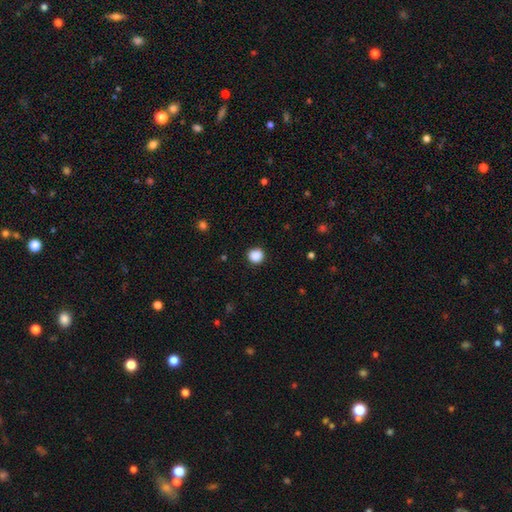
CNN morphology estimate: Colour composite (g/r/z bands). It shows a smooth galaxy with no disk features (88%) that is round (89%). Merging: none (89%).